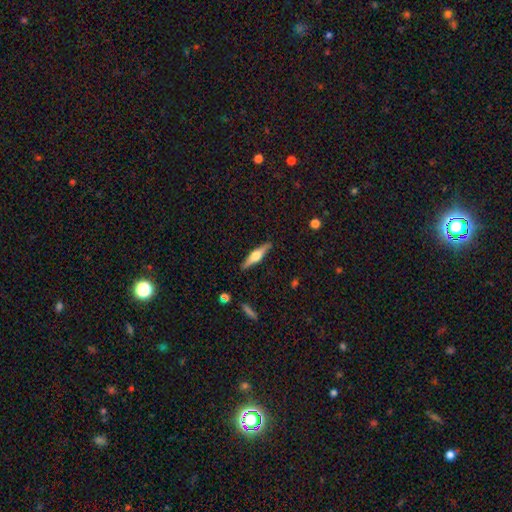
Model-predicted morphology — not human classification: Smooth or featured? Predicted: featured or disk (p=0.66). Edge-on disk? Predicted: yes (p=0.97). Edge-on bulge? Predicted: rounded (p=0.93). Merging? Predicted: none (p=0.89).